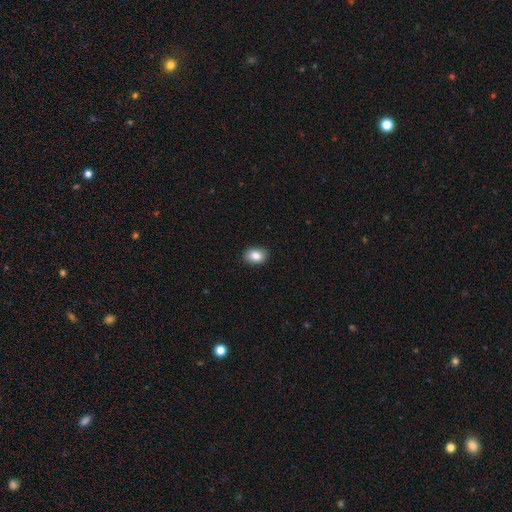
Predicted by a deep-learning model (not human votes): Smooth or featured: smooth — 86% (star or artifact — 8%)
How rounded: in between — 73% (round — 26%)
Merging: none — 89% (minor disturbance — 8%)